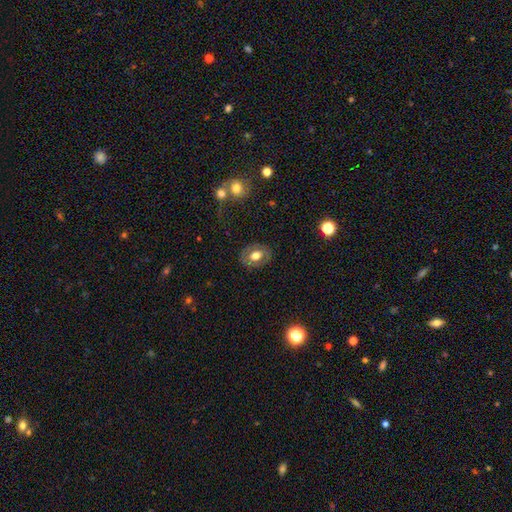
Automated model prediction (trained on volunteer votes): The model was most divided on "smooth or featured": smooth: 57%, featured or disk: 35%, star or artifact: 8%. More confident: merging — none (83%); how rounded — in between (67%).